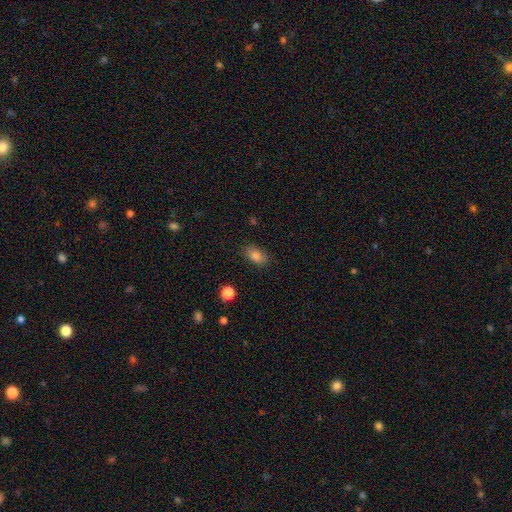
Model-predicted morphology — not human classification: smooth-or-featured: smooth: 83% | star or artifact: 10% | featured or disk: 7%
  how-rounded: in between: 87% | round: 11% | cigar-shaped: 2%
  merging: none: 85% | minor disturbance: 11% | major disturbance: 3% | merger: 1%